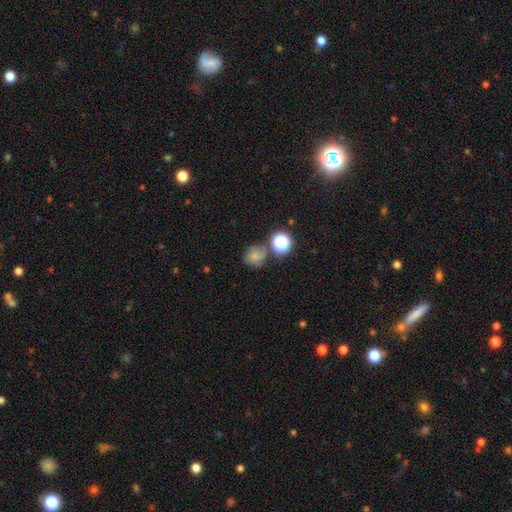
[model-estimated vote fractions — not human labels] smooth-or-featured: smooth: 63% | featured or disk: 20% | star or artifact: 17%
  how-rounded: round: 77% | in between: 22% | cigar-shaped: 1%
  merging: none: 58% | minor disturbance: 20% | merger: 14% | major disturbance: 9%